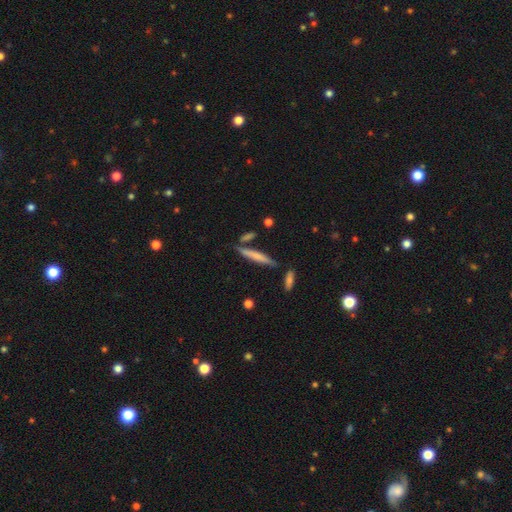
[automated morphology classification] A smooth galaxy with no disk features (63%) that is cigar-shaped (92%).

Vote fractions:
- Smooth or featured? smooth: 63% / featured or disk: 31% / star or artifact: 6%
- How rounded? cigar-shaped: 92% / in between: 6% / round: 2%
- Merging? none: 76% / minor disturbance: 12% / merger: 9% / major disturbance: 3%